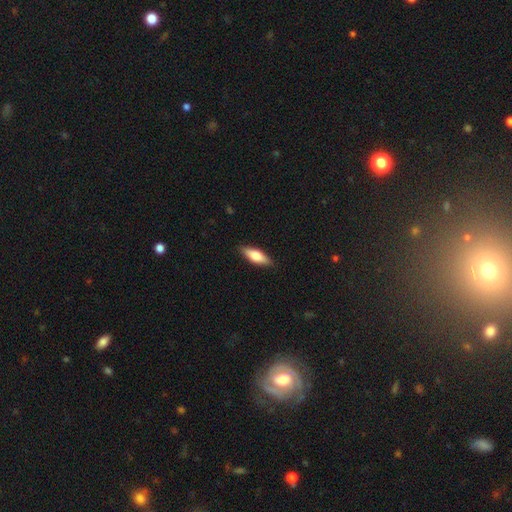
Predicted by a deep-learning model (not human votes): Smooth or featured?
  - smooth: 69% *
  - featured or disk: 25%
  - star or artifact: 6%
How rounded?
  - in between: 61% *
  - cigar-shaped: 37%
  - round: 2%
Merging?
  - none: 88% *
  - minor disturbance: 9%
  - major disturbance: 2%
  - merger: 1%